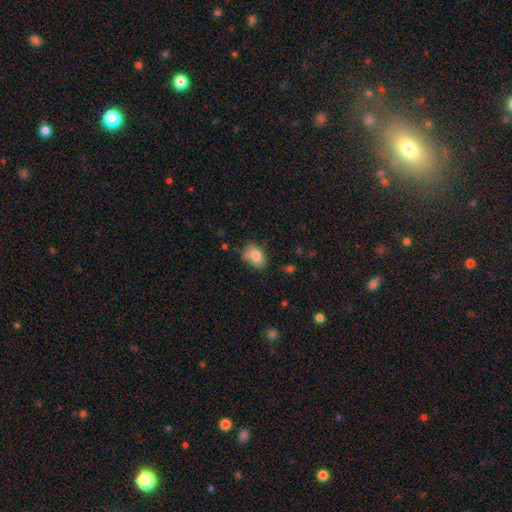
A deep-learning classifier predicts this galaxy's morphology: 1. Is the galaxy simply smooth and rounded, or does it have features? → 81% smooth, 11% featured or disk, 8% star or artifact.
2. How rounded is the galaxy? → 81% in between, 18% round, 1% cigar-shaped.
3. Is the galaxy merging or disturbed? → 62% none, 28% minor disturbance, 6% major disturbance, 4% merger.